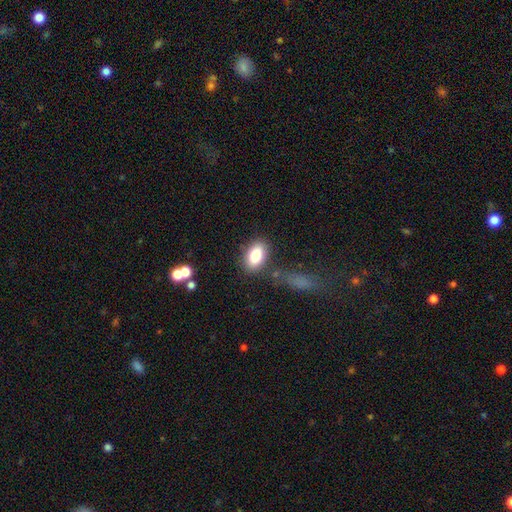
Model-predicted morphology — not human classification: Smooth or featured: smooth — 82% (featured or disk — 10%)
How rounded: in between — 88% (round — 9%)
Merging: none — 78% (minor disturbance — 12%)